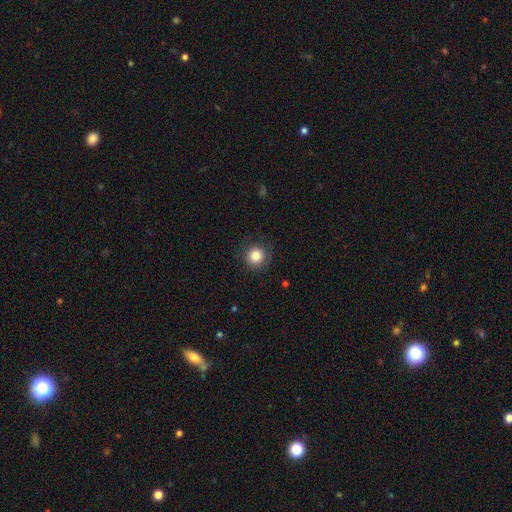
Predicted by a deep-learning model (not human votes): Overall: smooth (84%). How rounded: round (94%). Merging: none (88%).